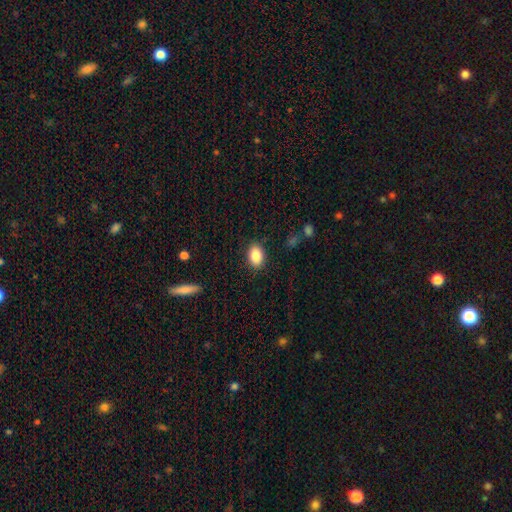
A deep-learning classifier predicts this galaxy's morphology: smooth_or_featured: smooth (p=0.88) [alt: star or artifact p=0.07]
how_rounded: in between (p=0.85) [alt: round p=0.14]
merging: none (p=0.87) [alt: minor disturbance p=0.09]